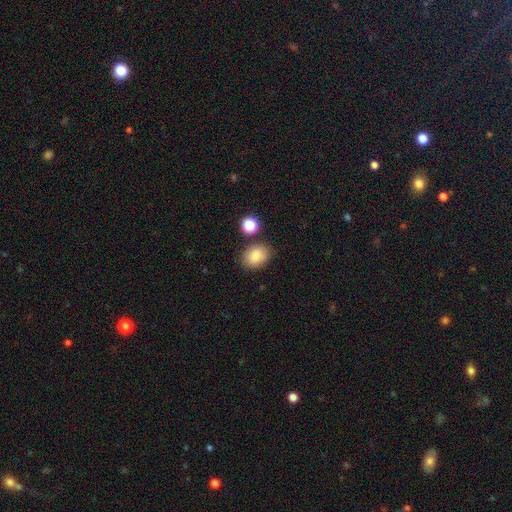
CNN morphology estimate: This is clearly a smooth galaxy (83%). How rounded: likely in between (69%). Merging: likely none (79%).